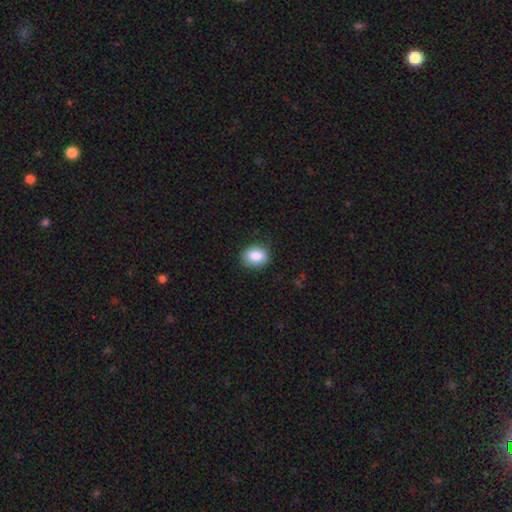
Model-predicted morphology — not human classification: Smooth or featured? smooth (87%)
How rounded? in between (67%)
Merging? none (84%)